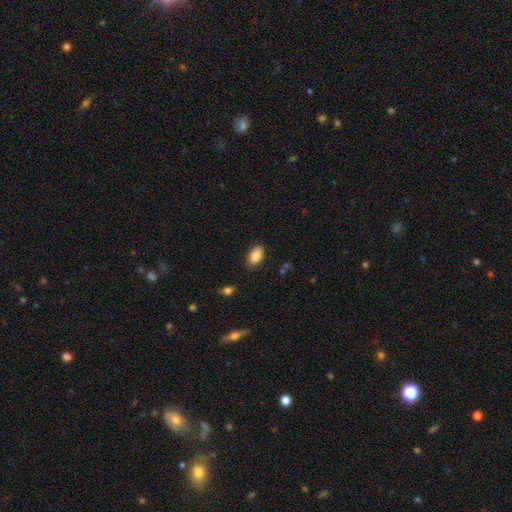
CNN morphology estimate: The model was most divided on "merging": none: 84%, minor disturbance: 12%, major disturbance: 3%, merger: 1%. More confident: how rounded — in between (93%); smooth or featured — smooth (88%).